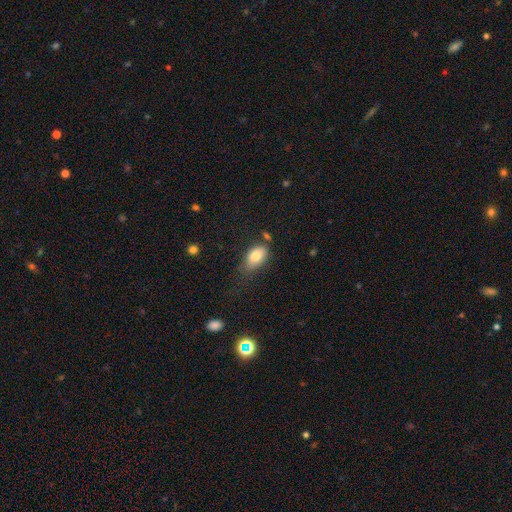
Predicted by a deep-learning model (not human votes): Q: Smooth or featured?
A: smooth (82%); runner-up: featured or disk (10%)
Q: How rounded?
A: in between (90%); runner-up: round (8%)
Q: Merging?
A: none (56%); runner-up: minor disturbance (29%)